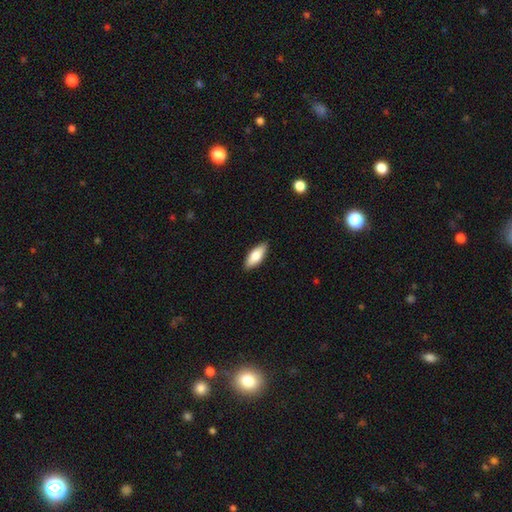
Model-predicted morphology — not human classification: A smooth galaxy with no disk features (77%) that is in between round and cigar-shaped (74%). Merging: none (88%).